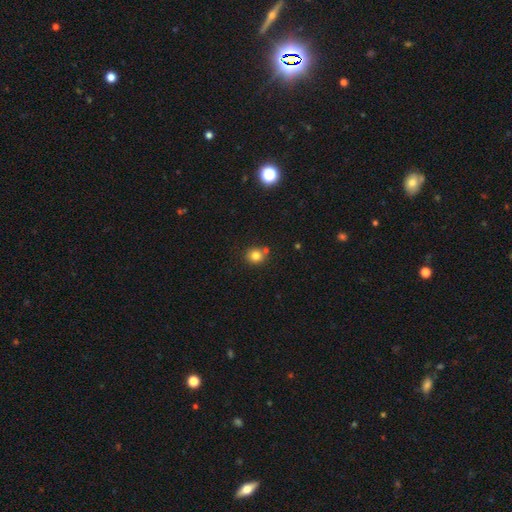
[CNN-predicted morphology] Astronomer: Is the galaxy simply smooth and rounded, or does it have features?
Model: smooth — 80%.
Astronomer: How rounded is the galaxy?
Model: round — 87%.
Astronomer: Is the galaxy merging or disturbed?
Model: none — 71%.